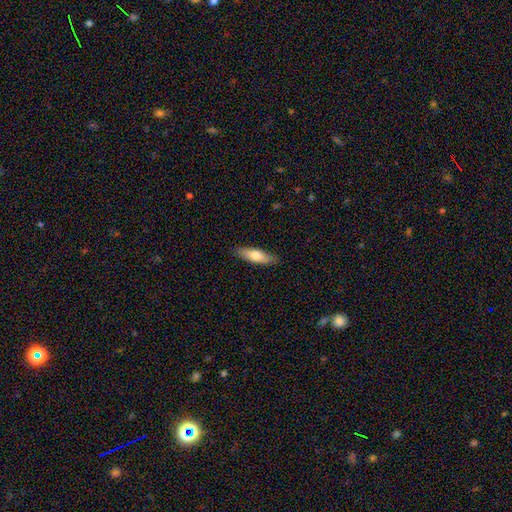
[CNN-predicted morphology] Q: Smooth or featured?
A: smooth (68%); runner-up: featured or disk (26%)
Q: How rounded?
A: cigar-shaped (57%); runner-up: in between (41%)
Q: Merging?
A: none (88%); runner-up: minor disturbance (9%)